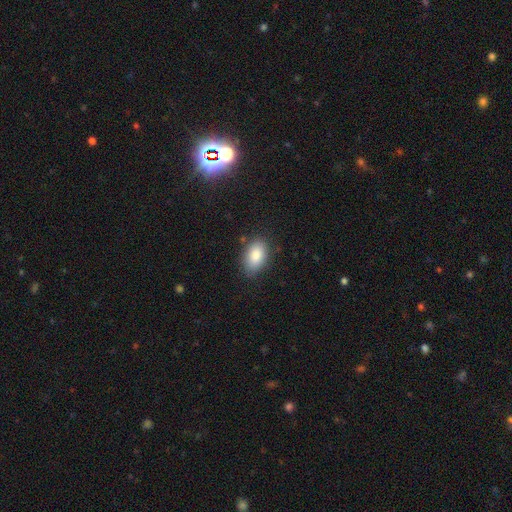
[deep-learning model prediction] Smooth or featured? Predicted: smooth (p=0.85). How rounded? Predicted: in between (p=0.92). Merging? Predicted: none (p=0.82).